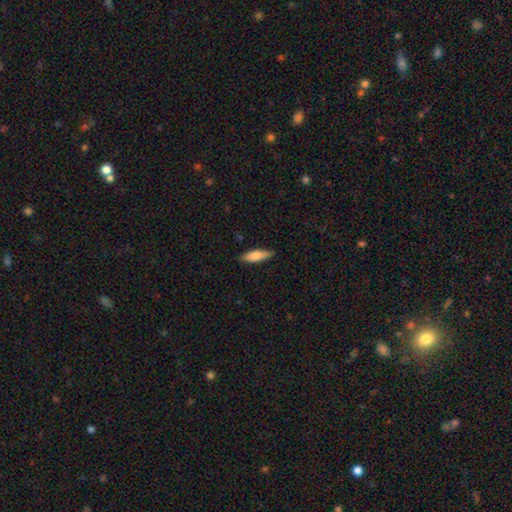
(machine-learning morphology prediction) Smooth or featured: smooth — 80% (featured or disk — 15%)
How rounded: cigar-shaped — 52% (in between — 47%)
Merging: none — 84% (minor disturbance — 13%)